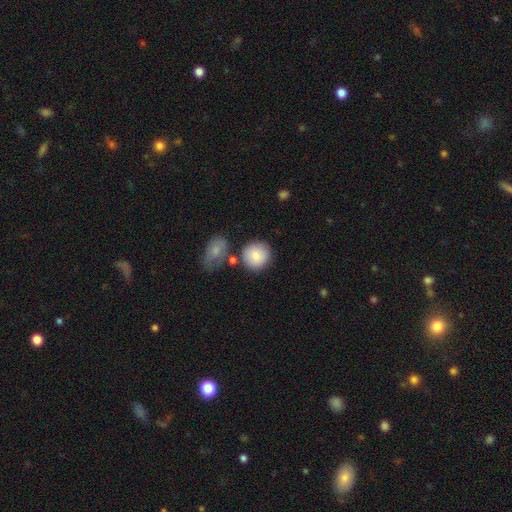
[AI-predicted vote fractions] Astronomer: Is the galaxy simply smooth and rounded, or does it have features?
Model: smooth — 85%.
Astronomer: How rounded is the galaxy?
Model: round — 90%.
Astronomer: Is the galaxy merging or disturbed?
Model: none — 74%.